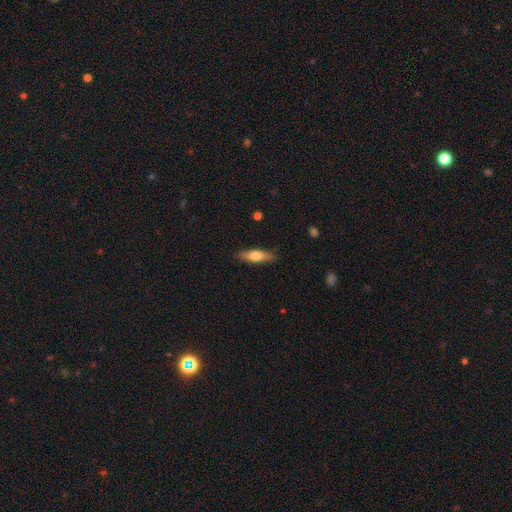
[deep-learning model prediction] smooth 66%, featured or disk 28%, star or artifact 6%. Down the decision tree: how rounded — cigar-shaped (56%); merging — none (86%).